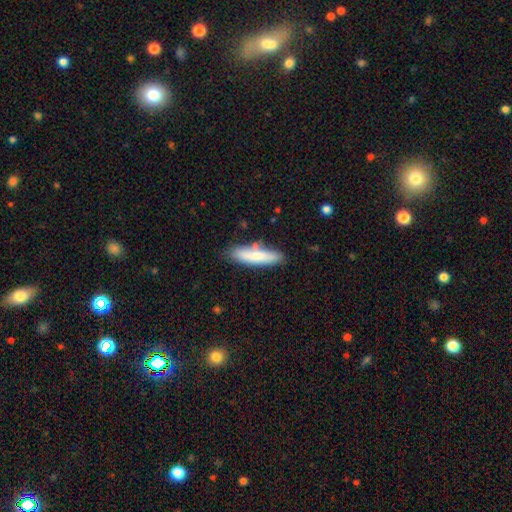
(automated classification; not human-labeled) Morphology: type=smooth (75%); roundness=cigar-shaped (69%); merging=none (75%).